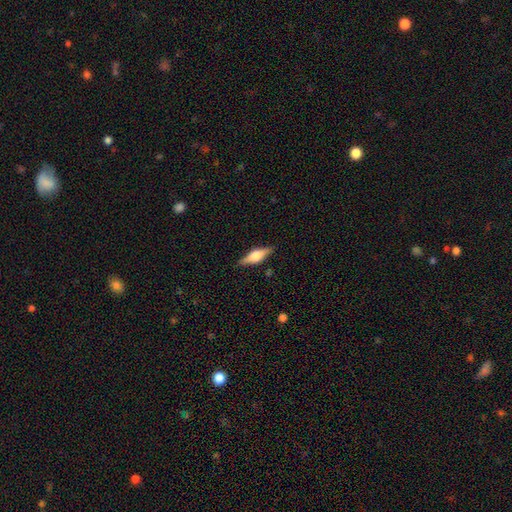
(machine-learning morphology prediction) This is possibly a featured or disk galaxy (60%). It is clearly viewed edge-on (96%). Edge-on bulge: clearly rounded (86%). Merging: clearly none (87%).